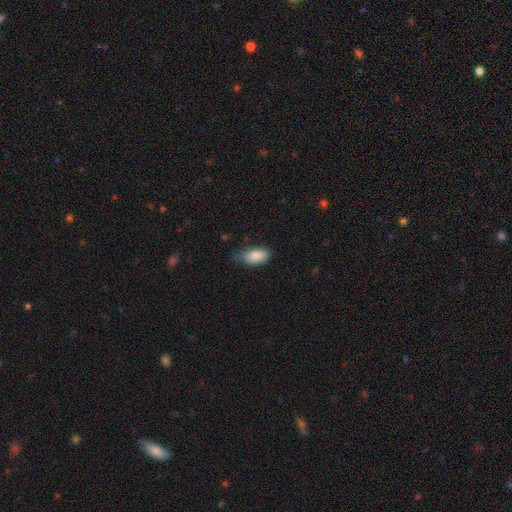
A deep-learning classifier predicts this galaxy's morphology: A smooth galaxy with no disk features (87%) that is in between round and cigar-shaped (93%). Merging: none (59%).